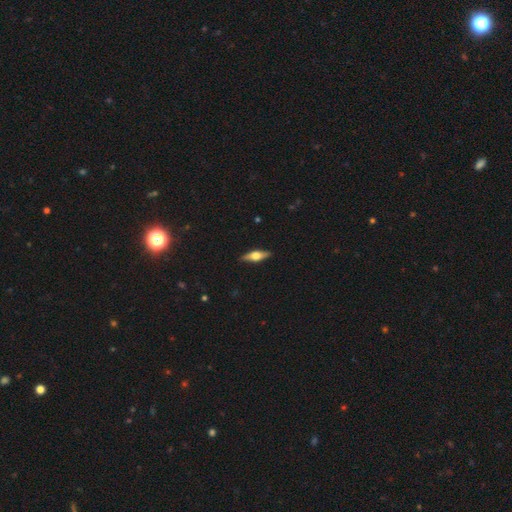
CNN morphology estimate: Smooth or featured? featured or disk (56%)
Edge-on disk? yes (93%)
Edge-on bulge? rounded (94%)
Merging? none (89%)